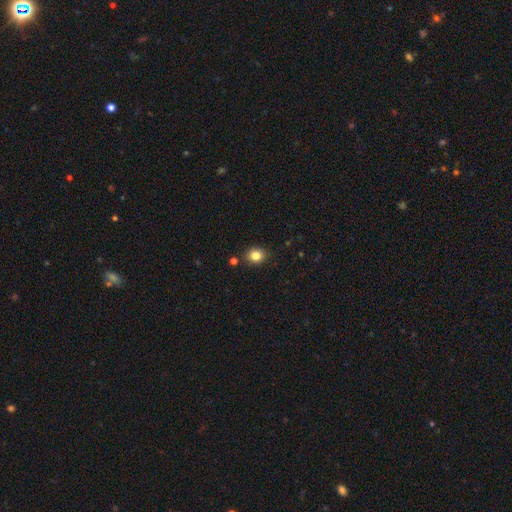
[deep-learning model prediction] smooth_or_featured: smooth (p=0.83) [alt: star or artifact p=0.11]
how_rounded: round (p=0.65) [alt: in between p=0.34]
merging: none (p=0.87) [alt: minor disturbance p=0.08]